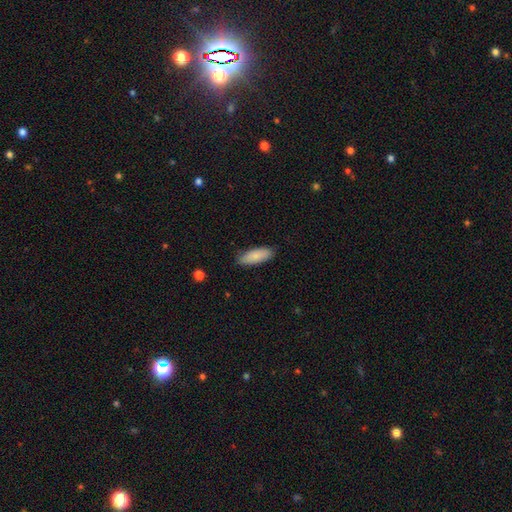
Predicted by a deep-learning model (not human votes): A smooth galaxy with no disk features (86%) that is in between round and cigar-shaped (68%).

Vote fractions:
- Smooth or featured? smooth: 86% / featured or disk: 9% / star or artifact: 6%
- How rounded? in between: 68% / cigar-shaped: 30% / round: 2%
- Merging? none: 84% / minor disturbance: 13% / major disturbance: 2% / merger: 1%